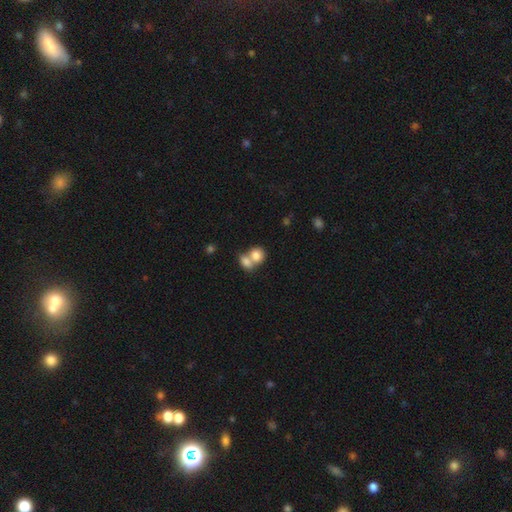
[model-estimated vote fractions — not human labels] A smooth galaxy with no disk features (80%) that is round (56%). Merging: merger (65%).